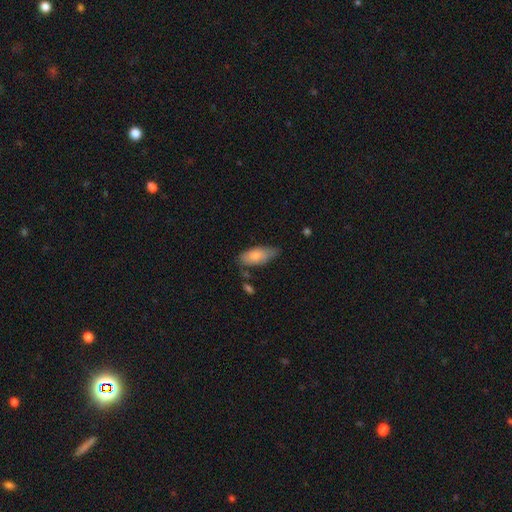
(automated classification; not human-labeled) smooth 78%, featured or disk 16%, star or artifact 6%. Down the decision tree: how rounded — in between (85%); merging — none (56%).